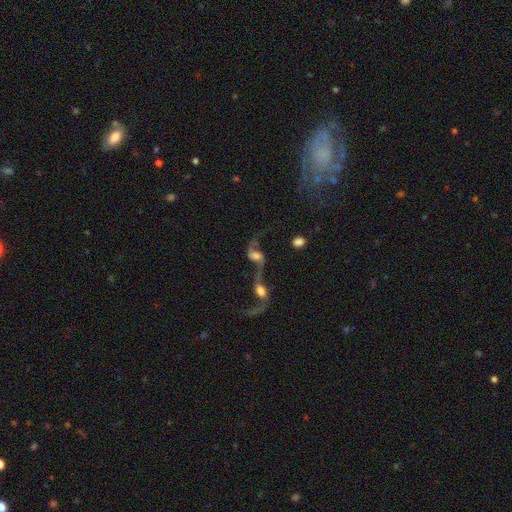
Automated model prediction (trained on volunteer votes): This is likely a featured or disk galaxy (74%). It is clearly not viewed edge-on (93%). Bar: possibly no (50%). Spiral arm pattern: clearly yes (88%). Spiral arm count: clearly 2 (85%). Spiral winding: clearly loose (88%). Central bulge: marginally moderate (38%). Merging: likely merger (67%).